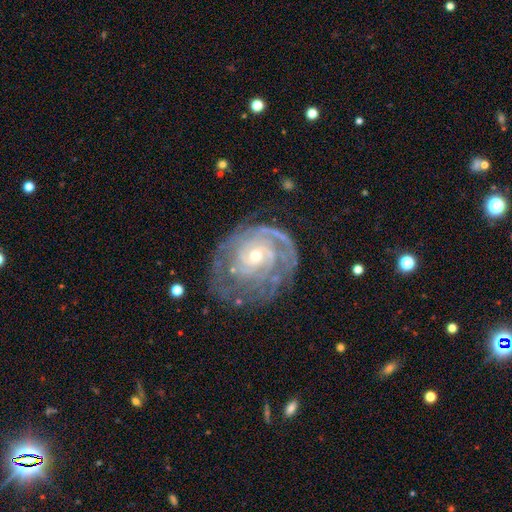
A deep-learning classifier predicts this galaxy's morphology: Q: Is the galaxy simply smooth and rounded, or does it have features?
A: featured or disk — 88%.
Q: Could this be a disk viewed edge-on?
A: no — 97%.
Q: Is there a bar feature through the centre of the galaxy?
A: no — 71%.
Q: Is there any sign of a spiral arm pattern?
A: yes — 95%.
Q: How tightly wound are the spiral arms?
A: tight — 72%.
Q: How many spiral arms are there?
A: can't tell — 34%.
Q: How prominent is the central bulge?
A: small — 57%.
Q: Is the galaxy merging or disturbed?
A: none — 64%.